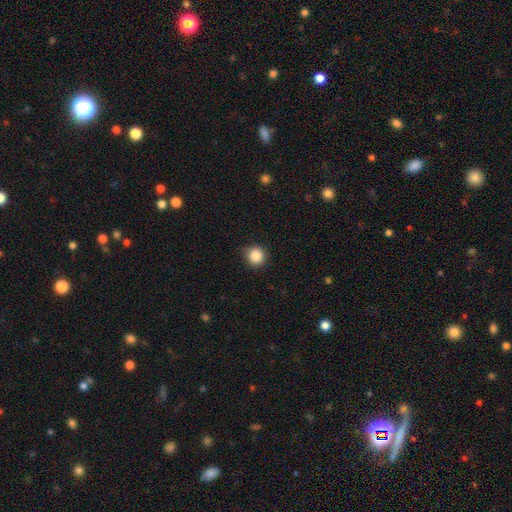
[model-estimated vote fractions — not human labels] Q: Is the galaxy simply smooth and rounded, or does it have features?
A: smooth — 87%.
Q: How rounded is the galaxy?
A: round — 92%.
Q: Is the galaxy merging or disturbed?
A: none — 84%.